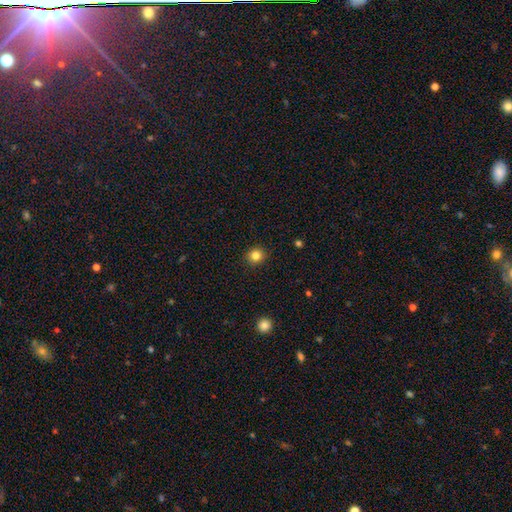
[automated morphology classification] Overall: smooth (83%). How rounded: round (88%). Merging: none (91%).